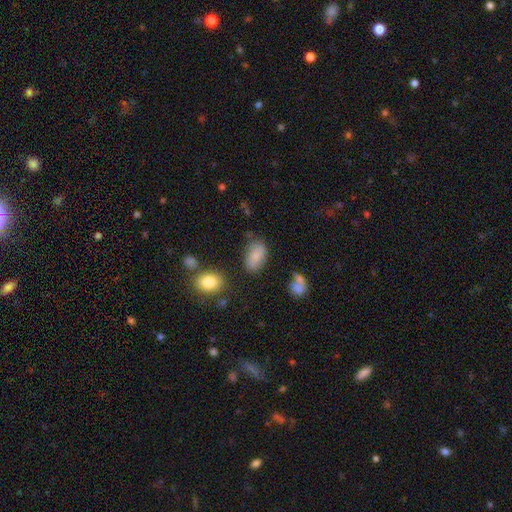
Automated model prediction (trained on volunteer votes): smooth_or_featured: smooth (p=0.81) [alt: featured or disk p=0.11]
how_rounded: in between (p=0.92) [alt: round p=0.06]
merging: none (p=0.72) [alt: minor disturbance p=0.18]